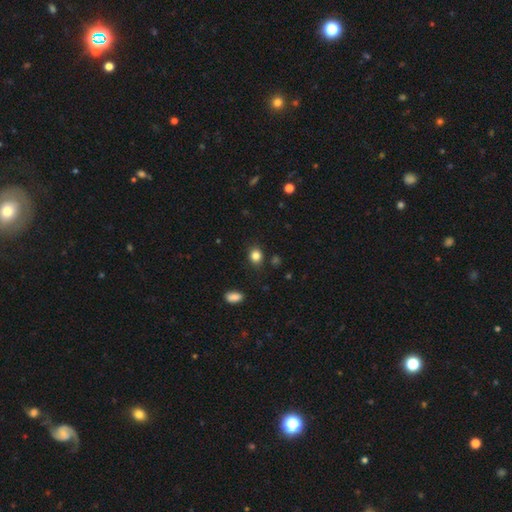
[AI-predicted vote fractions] This appears to be a smooth galaxy with no disk features (84%) that is round (62%). Merging: none (84%).